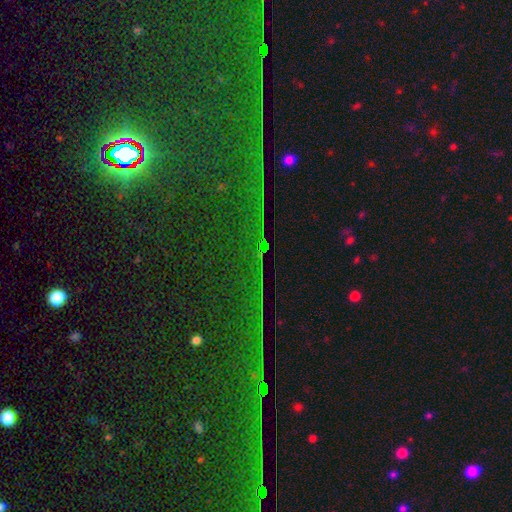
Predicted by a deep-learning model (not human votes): smooth_or_featured: star or artifact (p=0.85) [alt: featured or disk p=0.07]